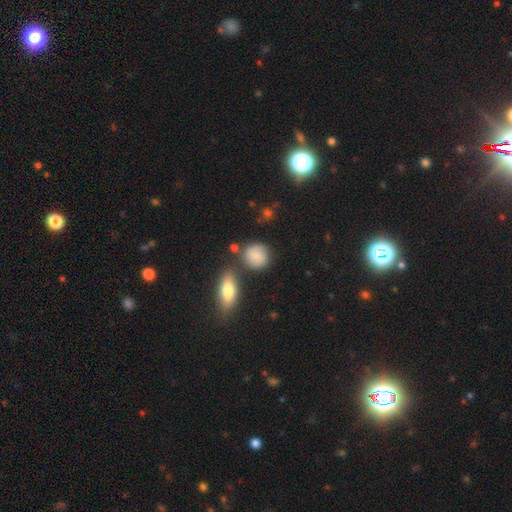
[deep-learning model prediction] Morphology: type=smooth (78%); roundness=round (73%); merging=none (69%).